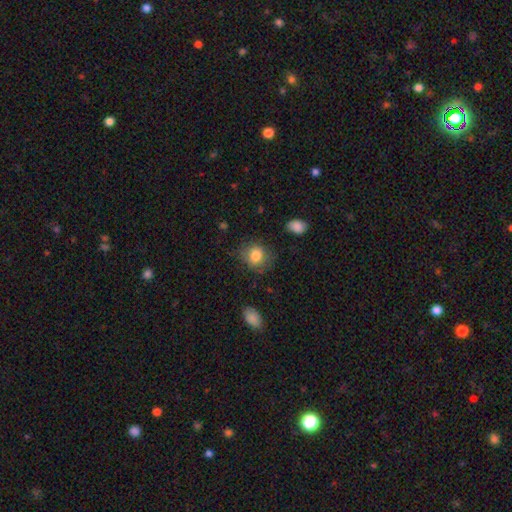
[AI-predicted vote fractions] Overall: smooth (82%). How rounded: round (71%). Merging: none (73%).